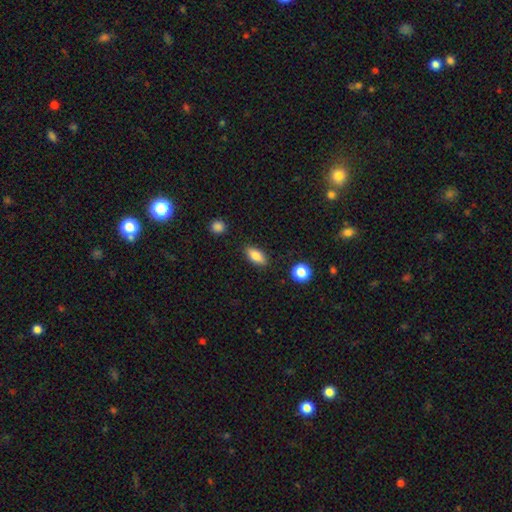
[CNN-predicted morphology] Smooth or featured?
  - smooth: 82% *
  - featured or disk: 10%
  - star or artifact: 8%
How rounded?
  - in between: 84% *
  - cigar-shaped: 11%
  - round: 5%
Merging?
  - none: 86% *
  - minor disturbance: 10%
  - major disturbance: 2%
  - merger: 2%